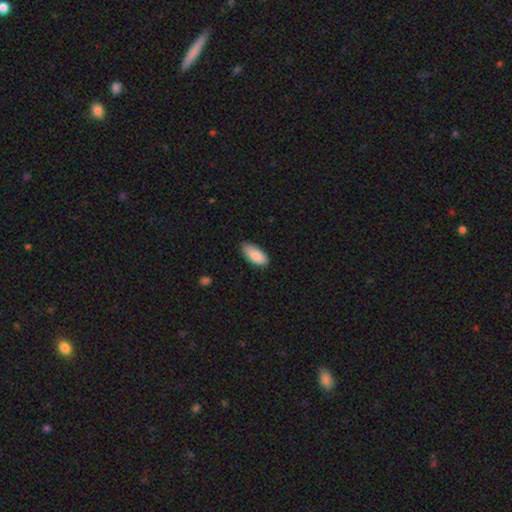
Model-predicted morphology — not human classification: type=smooth (88%); roundness=in between (91%); merging=none (75%).